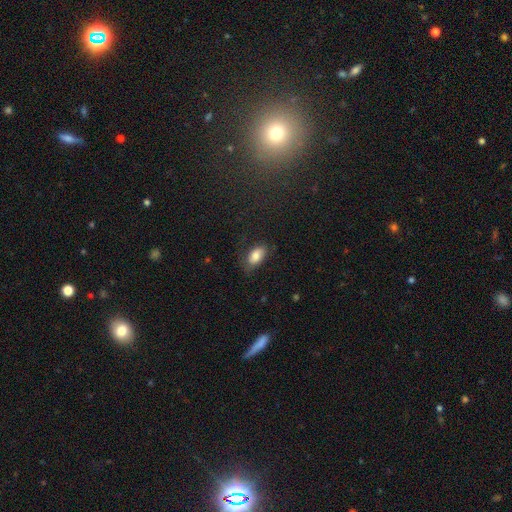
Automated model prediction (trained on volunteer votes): Q: Smooth or featured?
A: smooth (79%); runner-up: featured or disk (13%)
Q: How rounded?
A: in between (92%); runner-up: round (5%)
Q: Merging?
A: none (67%); runner-up: minor disturbance (23%)